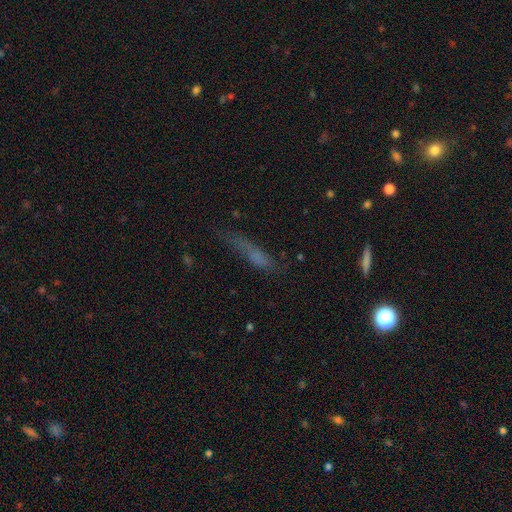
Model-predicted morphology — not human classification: The model was most divided on "merging": none: 48%, minor disturbance: 26%, major disturbance: 21%, merger: 4%. More confident: how rounded — cigar-shaped (77%); smooth or featured — smooth (58%).